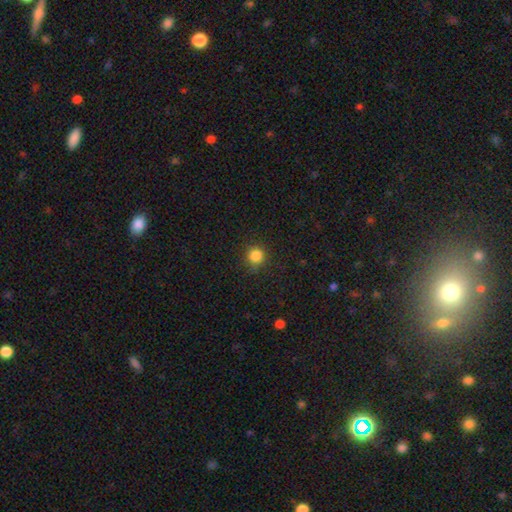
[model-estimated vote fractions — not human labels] A smooth galaxy with no disk features (85%) that is round (93%).

Vote fractions:
- Smooth or featured? smooth: 85% / star or artifact: 11% / featured or disk: 3%
- How rounded? round: 93% / in between: 6% / cigar-shaped: 1%
- Merging? none: 88% / minor disturbance: 9% / major disturbance: 3% / merger: 1%